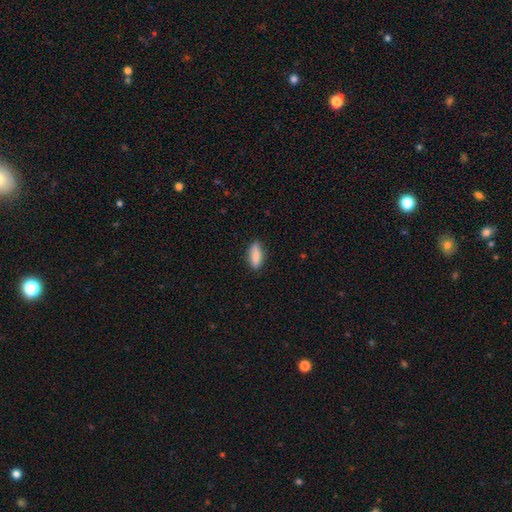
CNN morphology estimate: This appears to be a smooth galaxy with no disk features (85%) that is in between round and cigar-shaped (63%). Merging: none (85%).